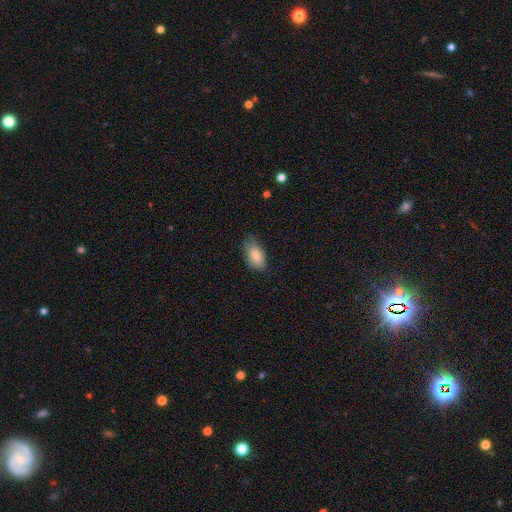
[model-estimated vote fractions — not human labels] Smooth or featured?
  - smooth: 85% *
  - featured or disk: 8%
  - star or artifact: 7%
How rounded?
  - in between: 92% *
  - round: 5%
  - cigar-shaped: 3%
Merging?
  - none: 67% *
  - minor disturbance: 27%
  - major disturbance: 5%
  - merger: 1%